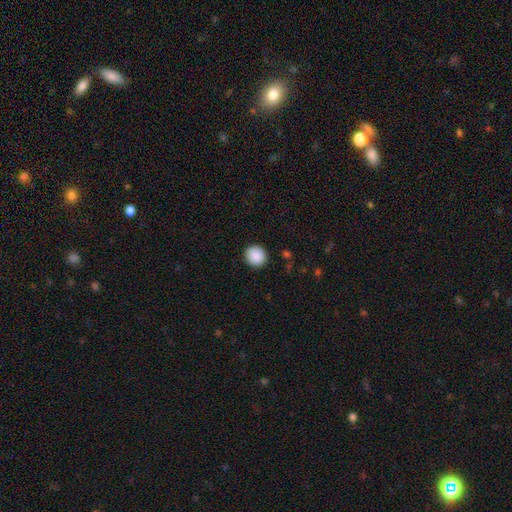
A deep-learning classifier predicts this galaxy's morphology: The model was most divided on "smooth or featured": smooth: 89%, star or artifact: 8%, featured or disk: 3%. More confident: merging — none (91%); how rounded — round (91%).